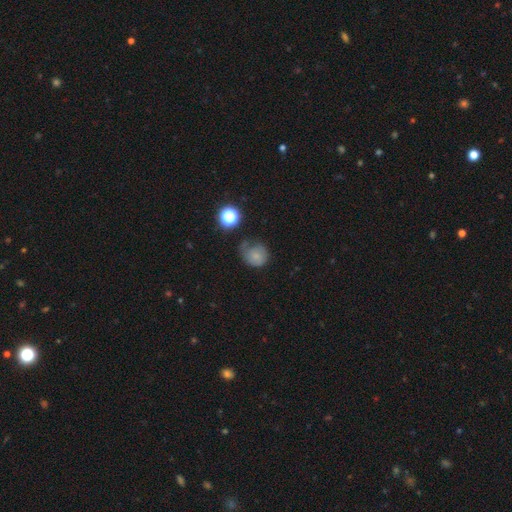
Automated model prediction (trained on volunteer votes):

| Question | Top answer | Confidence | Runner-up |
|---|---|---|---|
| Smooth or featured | smooth | 67% | featured or disk (19%) |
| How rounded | round | 78% | in between (21%) |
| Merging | none | 41% | minor disturbance (32%) |